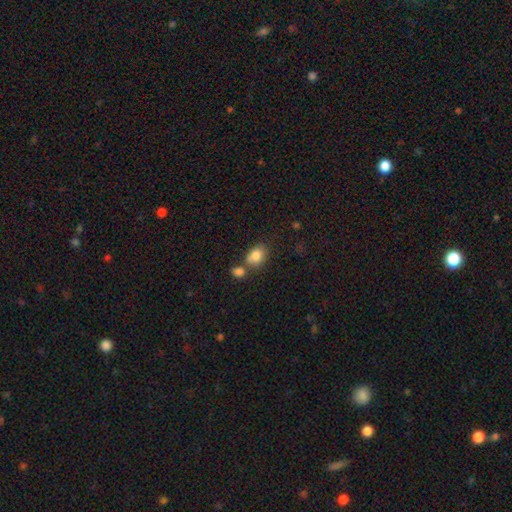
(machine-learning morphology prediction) A smooth galaxy with no disk features (83%) that is in between round and cigar-shaped (67%). Merging: none (49%).